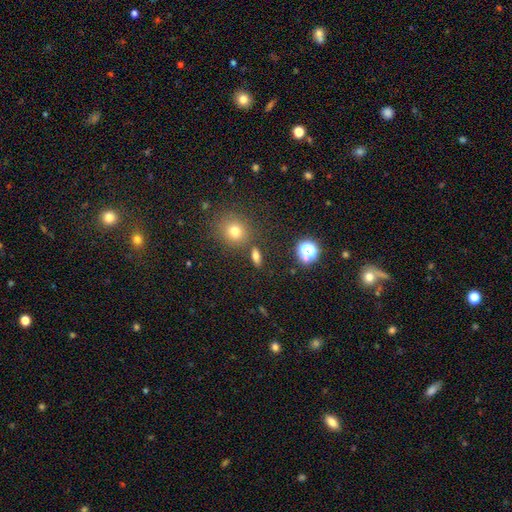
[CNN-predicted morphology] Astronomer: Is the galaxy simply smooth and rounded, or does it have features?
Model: smooth — 68%.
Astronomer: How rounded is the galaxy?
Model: in between — 57%.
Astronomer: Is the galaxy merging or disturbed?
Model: none — 82%.